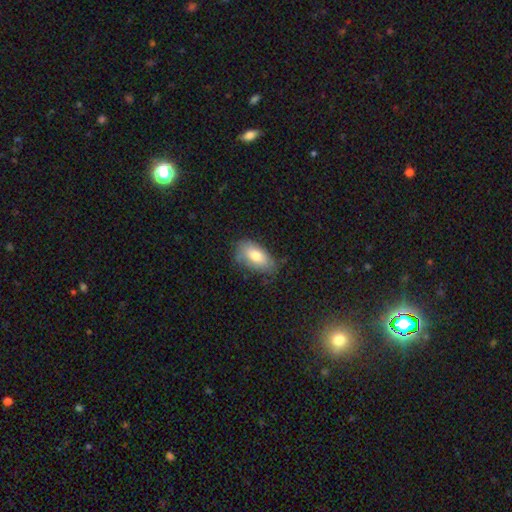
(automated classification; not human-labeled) A smooth galaxy with no disk features (76%) that is in between round and cigar-shaped (91%).

Vote fractions:
- Smooth or featured? smooth: 76% / featured or disk: 17% / star or artifact: 7%
- How rounded? in between: 91% / cigar-shaped: 5% / round: 4%
- Merging? none: 66% / minor disturbance: 26% / major disturbance: 6% / merger: 2%